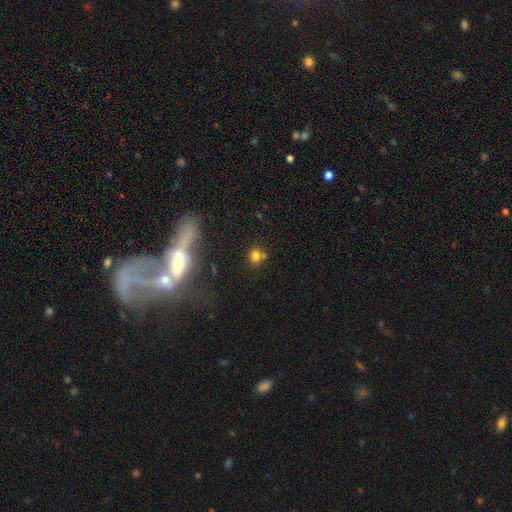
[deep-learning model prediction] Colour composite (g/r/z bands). It shows a smooth galaxy with no disk features (72%) that is round (71%). Merging: none (63%).